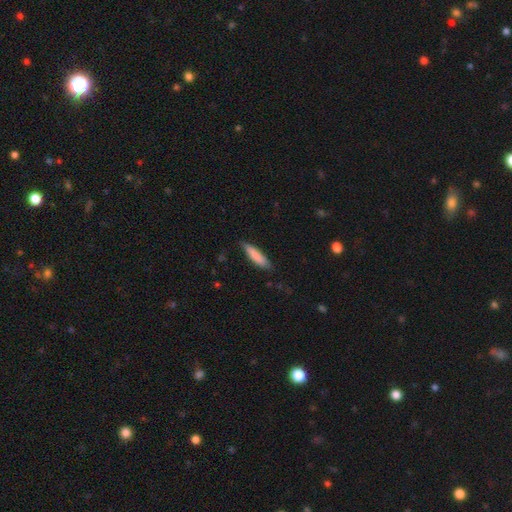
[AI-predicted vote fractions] A smooth galaxy with no disk features (83%) that is cigar-shaped (75%). Merging: none (80%).